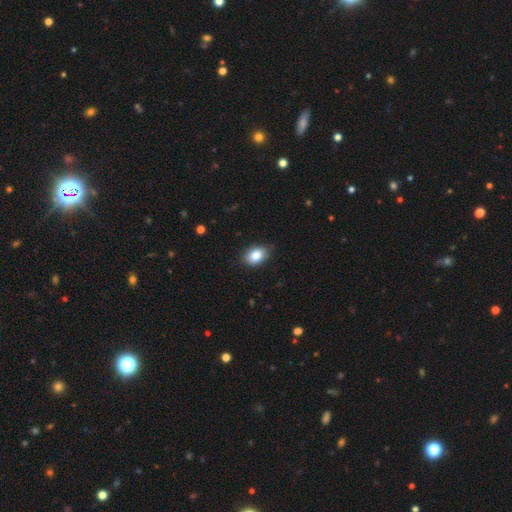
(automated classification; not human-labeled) This appears to be a smooth galaxy with no disk features (84%) that is in between round and cigar-shaped (80%). Merging: none (86%).